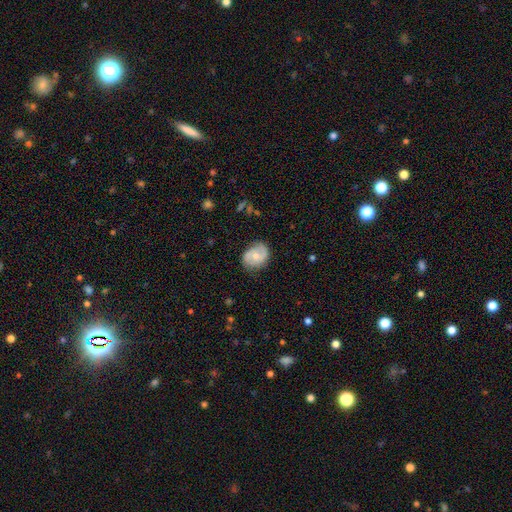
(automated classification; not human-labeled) Q: Smooth or featured?
A: featured or disk (66%); runner-up: smooth (28%)
Q: Edge-on disk?
A: no (98%); runner-up: yes (2%)
Q: Bar?
A: no (55%); runner-up: weak (39%)
Q: Spiral arms?
A: yes (91%); runner-up: no (9%)
Q: Spiral winding?
A: medium (49%); runner-up: tight (28%)
Q: Spiral arm count?
A: 2 (87%); runner-up: can't tell (7%)
Q: Bulge size?
A: moderate (49%); runner-up: small (43%)
Q: Merging?
A: none (77%); runner-up: minor disturbance (17%)